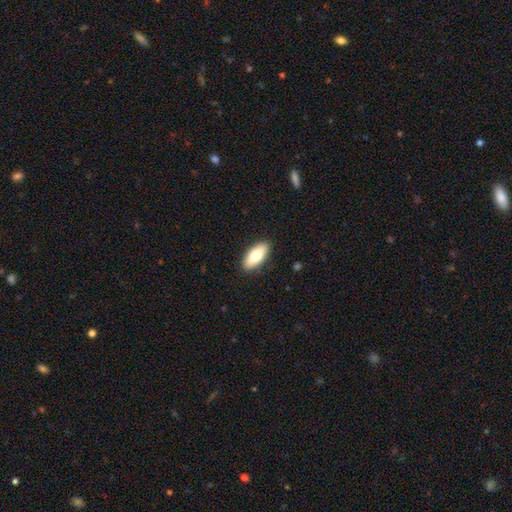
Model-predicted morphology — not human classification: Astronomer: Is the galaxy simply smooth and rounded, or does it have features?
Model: smooth — 75%.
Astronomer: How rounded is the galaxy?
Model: in between — 88%.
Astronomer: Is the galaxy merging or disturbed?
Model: none — 89%.